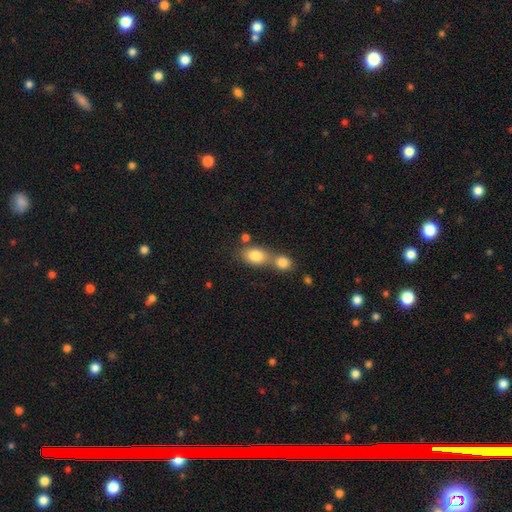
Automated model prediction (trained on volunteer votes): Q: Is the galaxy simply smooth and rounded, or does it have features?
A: smooth — 82%.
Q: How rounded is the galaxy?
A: in between — 74%.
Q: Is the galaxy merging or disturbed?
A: merger — 53%.